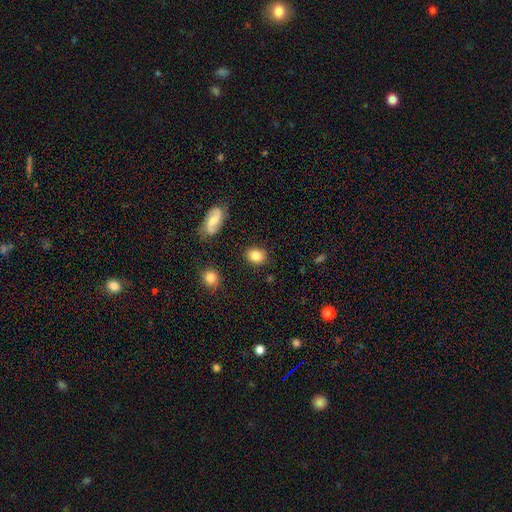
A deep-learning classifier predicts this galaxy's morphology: A smooth galaxy with no disk features (80%) that is round (53%). Merging: none (85%).